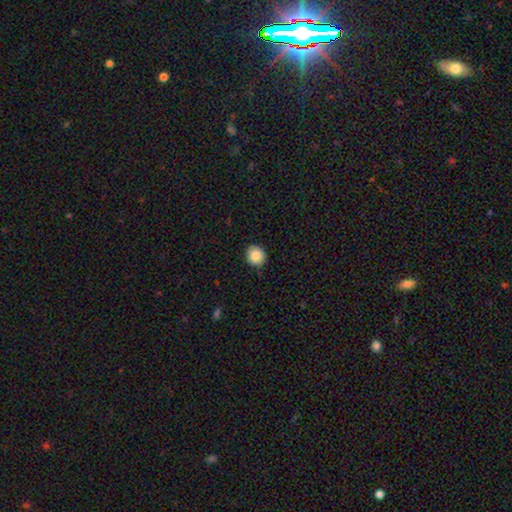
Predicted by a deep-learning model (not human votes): Overall: smooth (87%). How rounded: round (80%). Merging: none (89%).